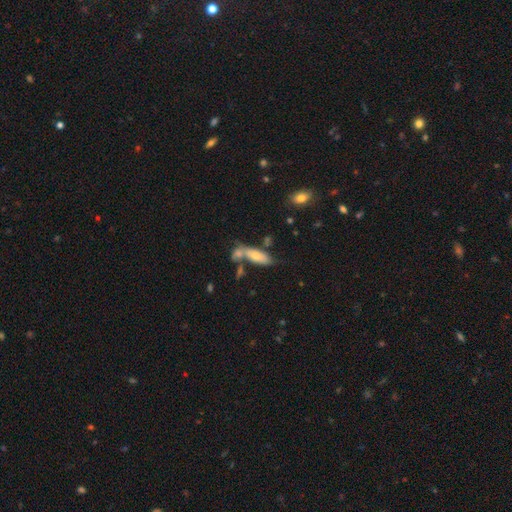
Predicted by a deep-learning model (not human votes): Overall: smooth (68%). How rounded: in between (66%; cigar-shaped 32%). Merging: none (41%; merger 37%).